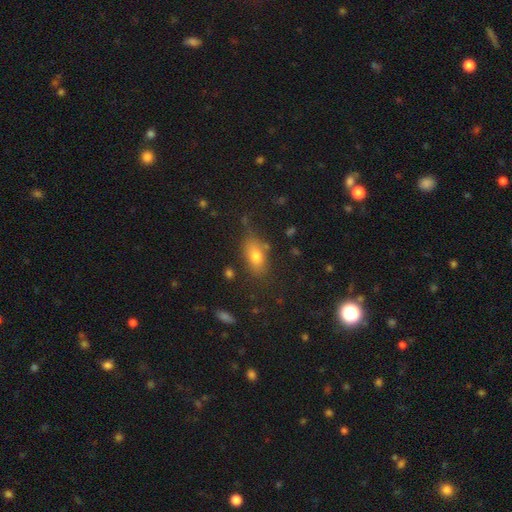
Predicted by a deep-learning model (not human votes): Smooth or featured? smooth (77%)
How rounded? in between (84%)
Merging? none (71%)